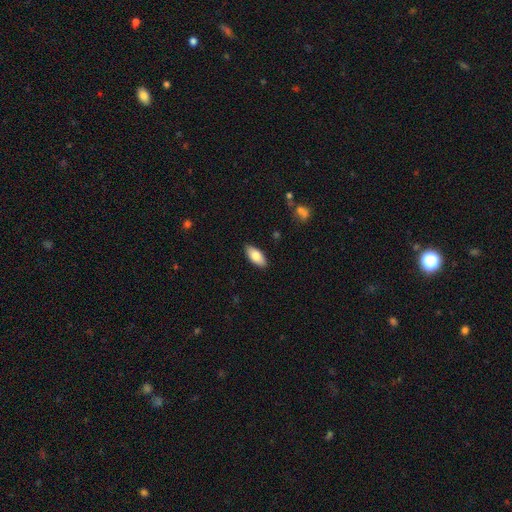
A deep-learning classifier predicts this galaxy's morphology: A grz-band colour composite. It shows a smooth galaxy with no disk features (81%) that is in between round and cigar-shaped (89%). Merging: none (89%).